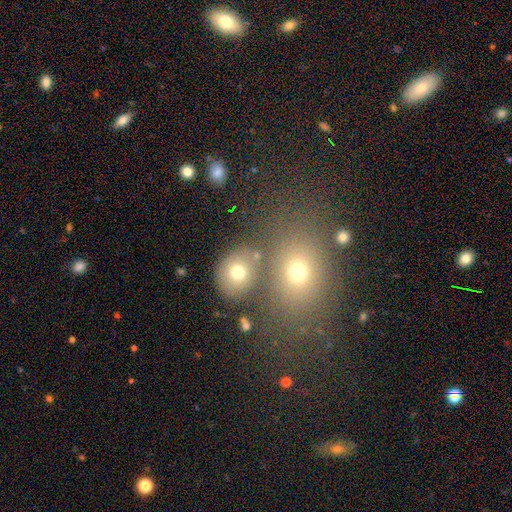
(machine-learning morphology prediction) Smooth or featured? smooth (69%)
How rounded? round (53%)
Merging? none (61%)